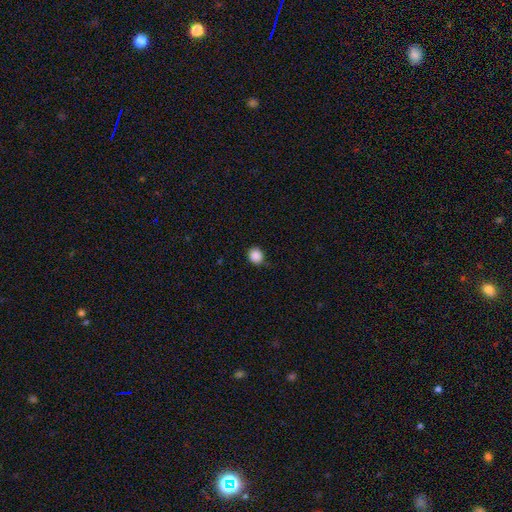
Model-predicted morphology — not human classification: Smooth or featured? Predicted: smooth (p=0.88). How rounded? Predicted: round (p=0.82). Merging? Predicted: none (p=0.83).